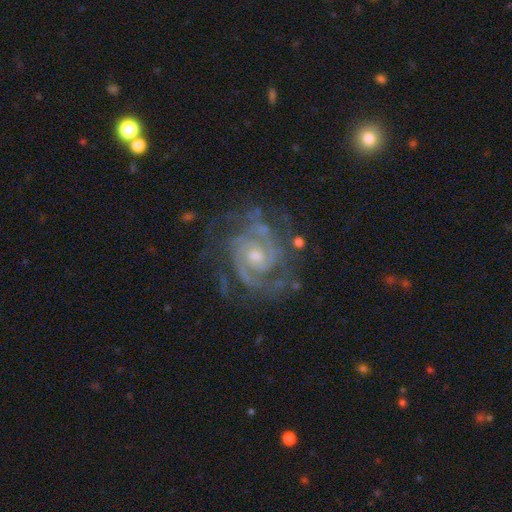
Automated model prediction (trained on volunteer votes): Smooth or featured?
  - featured or disk: 87% *
  - star or artifact: 9%
  - smooth: 4%
Edge-on disk?
  - no: 98% *
  - yes: 2%
Bar?
  - no: 56% *
  - weak: 33%
  - strong: 11%
Spiral arms?
  - yes: 98% *
  - no: 2%
Spiral winding?
  - tight: 66% *
  - medium: 30%
  - loose: 5%
Spiral arm count?
  - 2: 33% *
  - 3: 22%
  - can't tell: 19%
  - 4: 11%
  - more than 4: 8%
  - 1: 7%
Bulge size?
  - small: 63% *
  - moderate: 32%
  - none: 2%
  - large: 2%
  - dominant: 1%
Merging?
  - none: 76% *
  - minor disturbance: 15%
  - major disturbance: 8%
  - merger: 2%